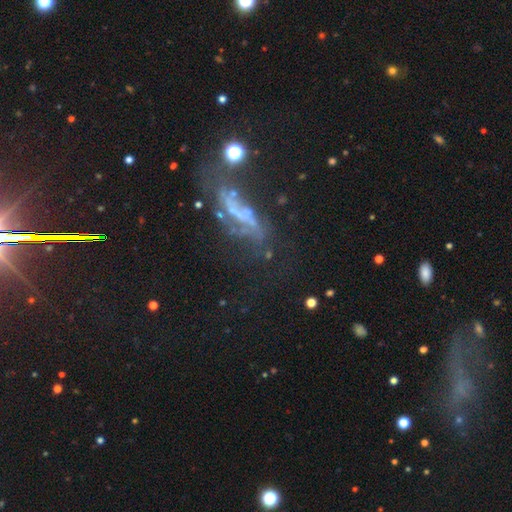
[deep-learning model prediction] featured or disk 56%, star or artifact 26%, smooth 19%. Down the decision tree: edge-on disk — no (66%); merging — none (46%).